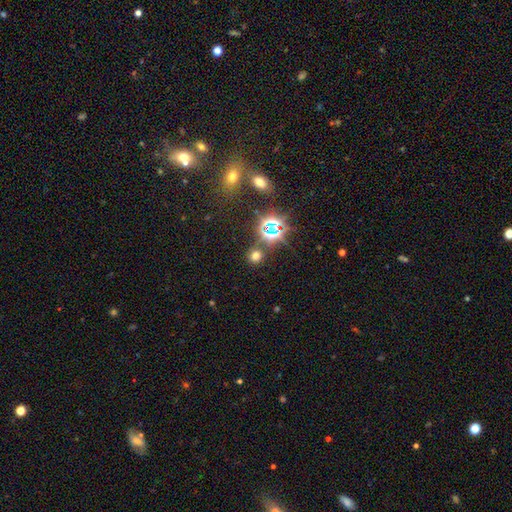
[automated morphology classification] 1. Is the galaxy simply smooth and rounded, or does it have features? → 59% smooth, 34% star or artifact, 7% featured or disk.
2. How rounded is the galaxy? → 84% round, 15% in between, 1% cigar-shaped.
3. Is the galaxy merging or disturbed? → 83% none, 8% minor disturbance, 6% merger, 3% major disturbance.